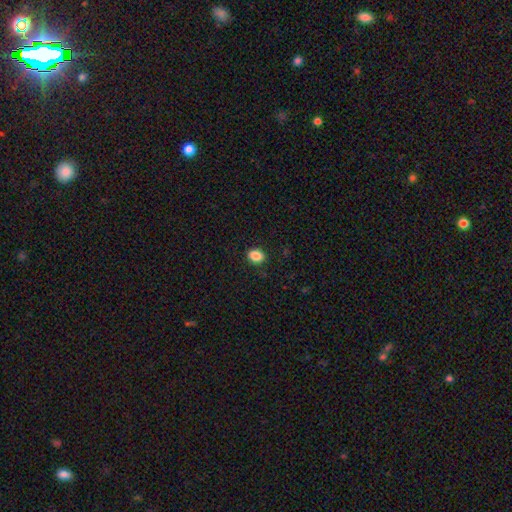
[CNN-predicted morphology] Smooth or featured? Predicted: smooth (p=0.87). How rounded? Predicted: in between (p=0.57). Merging? Predicted: none (p=0.90).